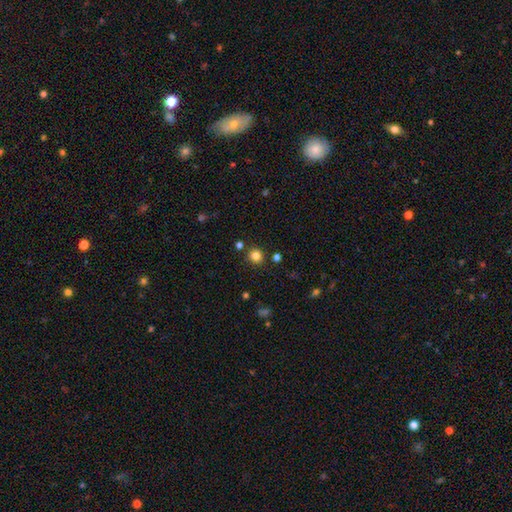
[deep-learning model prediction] The model was most divided on "smooth or featured": smooth: 82%, star or artifact: 13%, featured or disk: 5%. More confident: how rounded — round (89%); merging — none (87%).